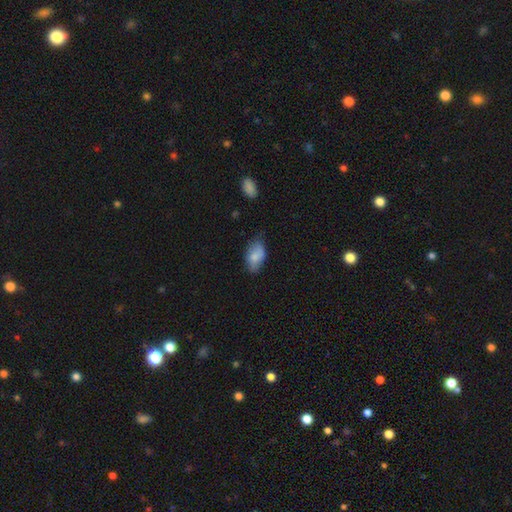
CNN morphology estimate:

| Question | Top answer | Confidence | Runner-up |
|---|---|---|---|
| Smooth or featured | smooth | 79% | featured or disk (14%) |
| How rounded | in between | 92% | round (5%) |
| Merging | none | 58% | minor disturbance (33%) |